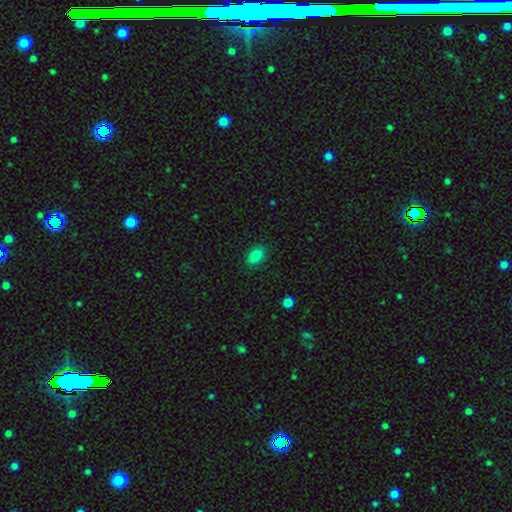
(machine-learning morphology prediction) Q: Smooth or featured?
A: smooth (86%); runner-up: star or artifact (10%)
Q: How rounded?
A: in between (83%); runner-up: round (15%)
Q: Merging?
A: none (86%); runner-up: minor disturbance (10%)